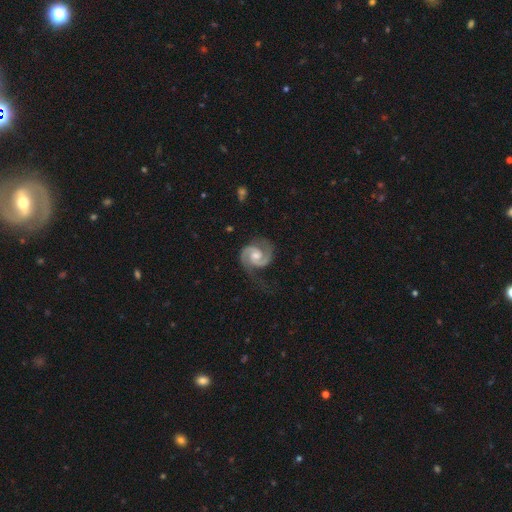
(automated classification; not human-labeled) featured or disk 91%, smooth 5%, star or artifact 4%. Down the decision tree: edge-on disk — no (98%); bar — no (53%); spiral arms — yes (98%); spiral arm count — 2 (93%); spiral winding — medium (56%); bulge size — moderate (62%); merging — none (70%).